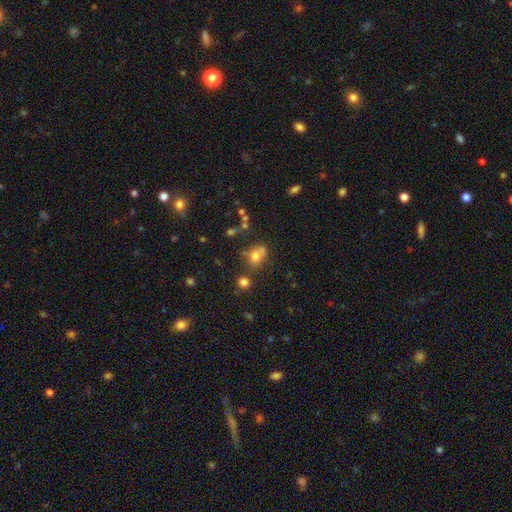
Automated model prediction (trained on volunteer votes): A smooth galaxy with no disk features (70%) that is round (68%).

Vote fractions:
- Smooth or featured? smooth: 70% / star or artifact: 17% / featured or disk: 13%
- How rounded? round: 68% / in between: 30% / cigar-shaped: 1%
- Merging? none: 51% / merger: 28% / minor disturbance: 14% / major disturbance: 7%